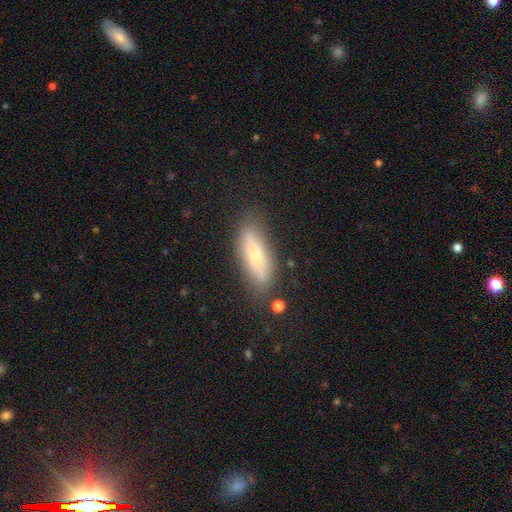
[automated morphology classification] A smooth galaxy with no disk features (58%) that is in between round and cigar-shaped (50%).

Vote fractions:
- Smooth or featured? smooth: 58% / featured or disk: 35% / star or artifact: 7%
- How rounded? in between: 50% / cigar-shaped: 47% / round: 3%
- Merging? none: 75% / minor disturbance: 18% / major disturbance: 5% / merger: 3%